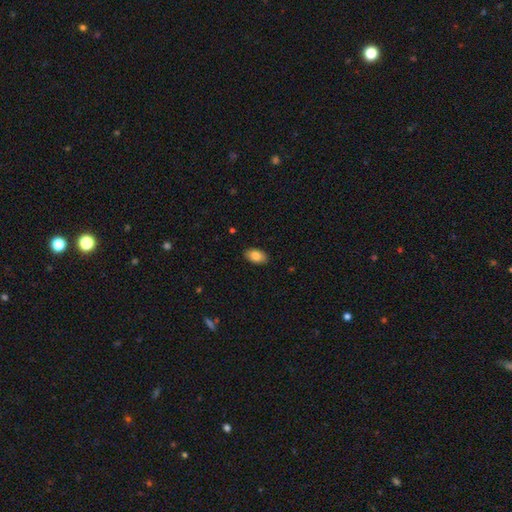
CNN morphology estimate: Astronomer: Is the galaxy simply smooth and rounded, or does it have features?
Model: smooth — 83%.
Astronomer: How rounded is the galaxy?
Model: in between — 93%.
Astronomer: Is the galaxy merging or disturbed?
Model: none — 89%.